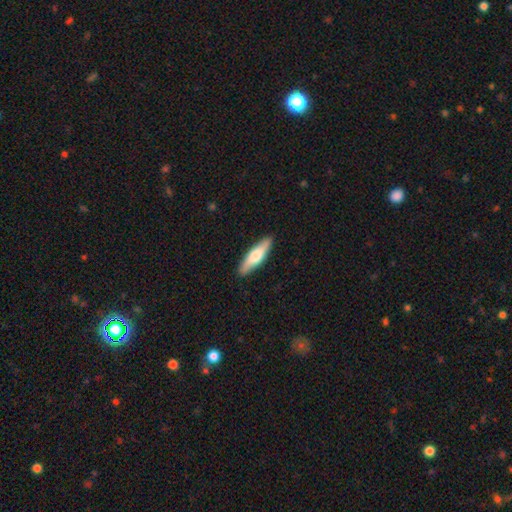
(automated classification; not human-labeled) Q: Smooth or featured?
A: smooth (65%); runner-up: featured or disk (30%)
Q: How rounded?
A: cigar-shaped (68%); runner-up: in between (30%)
Q: Merging?
A: none (89%); runner-up: minor disturbance (8%)